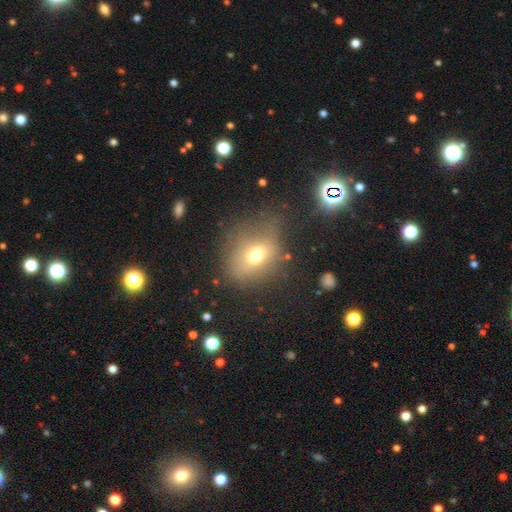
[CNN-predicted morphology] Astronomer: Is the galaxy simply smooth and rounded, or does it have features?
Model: smooth — 63%.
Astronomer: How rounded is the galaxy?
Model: in between — 54% (runner-up: round, 44%).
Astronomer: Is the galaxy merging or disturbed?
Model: none — 47% (runner-up: minor disturbance, 26%).